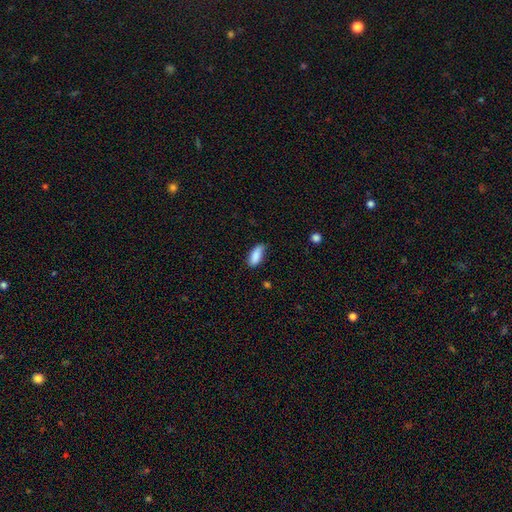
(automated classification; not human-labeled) Overall: smooth (86%). How rounded: in between (79%). Merging: none (65%; minor disturbance 29%).